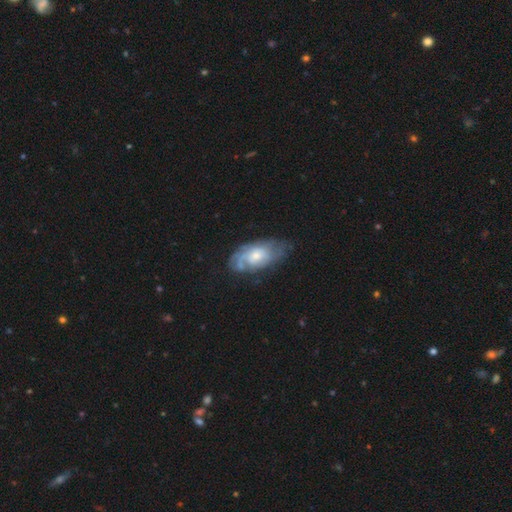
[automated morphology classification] This appears to be a featured or disk galaxy (68%) with no bar (75%), tight (55%) spiral arms (84%) and a small central bulge (46%, tied with moderate). Merging: none (59%).